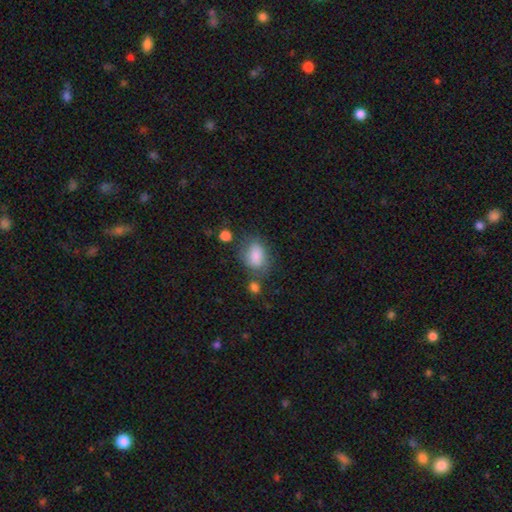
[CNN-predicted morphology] Q: Smooth or featured?
A: smooth (83%); runner-up: star or artifact (8%)
Q: How rounded?
A: in between (76%); runner-up: round (23%)
Q: Merging?
A: none (59%); runner-up: minor disturbance (23%)